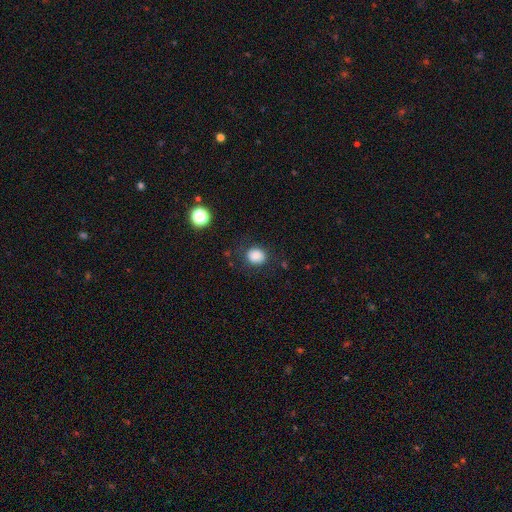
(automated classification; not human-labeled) smooth_or_featured: smooth (p=0.85) [alt: star or artifact p=0.11]
how_rounded: round (p=0.70) [alt: in between p=0.29]
merging: none (p=0.79) [alt: minor disturbance p=0.14]